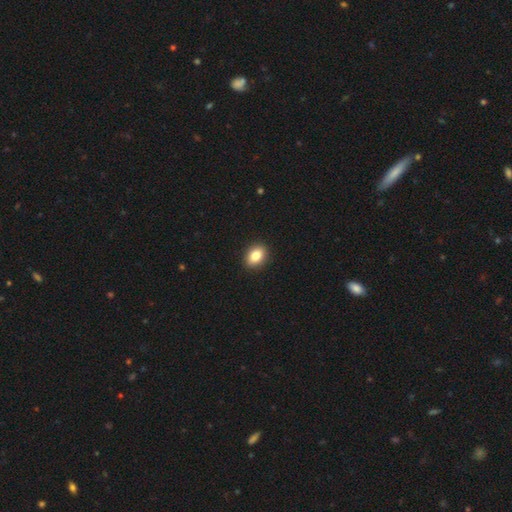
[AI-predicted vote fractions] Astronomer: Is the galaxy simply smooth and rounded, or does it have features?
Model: smooth — 84%.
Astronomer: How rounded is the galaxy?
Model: in between — 78%.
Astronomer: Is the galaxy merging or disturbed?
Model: none — 91%.